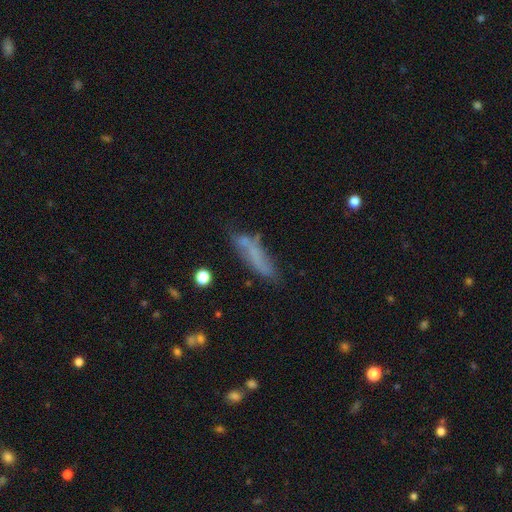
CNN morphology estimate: This appears to be a smooth galaxy with no disk features (59%) that is cigar-shaped (70%). Merging: none (55%).